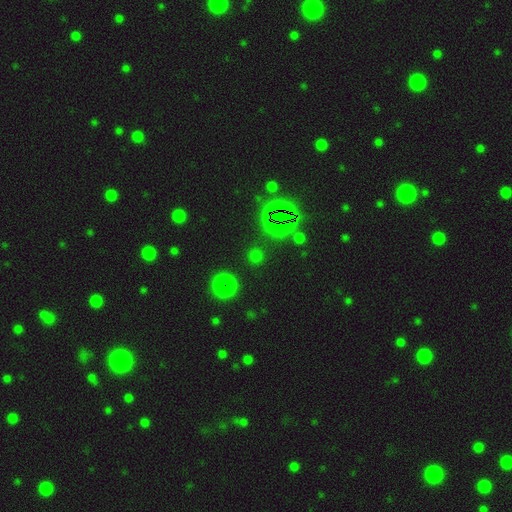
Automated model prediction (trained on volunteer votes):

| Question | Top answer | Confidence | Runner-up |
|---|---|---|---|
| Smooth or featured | star or artifact | 48% | smooth (46%) |